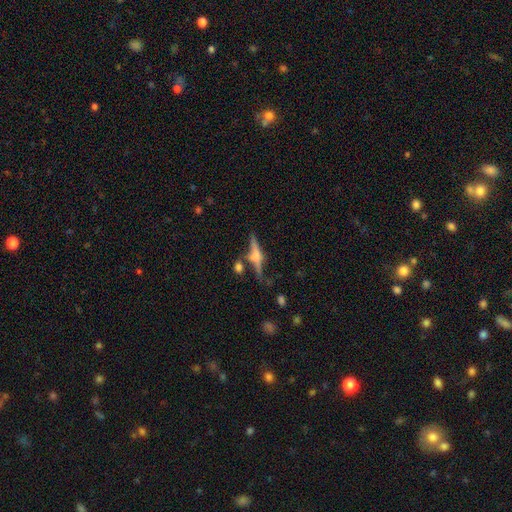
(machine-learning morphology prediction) A featured or disk galaxy (65%) viewed edge-on (94%) with a rounded central bulge (76%).

Vote fractions:
- Smooth or featured? featured or disk: 65% / smooth: 25% / star or artifact: 9%
- Edge-on disk? yes: 94% / no: 6%
- Edge-on bulge? rounded: 76% / boxy: 15% / none: 9%
- Merging? none: 65% / minor disturbance: 15% / merger: 14% / major disturbance: 6%